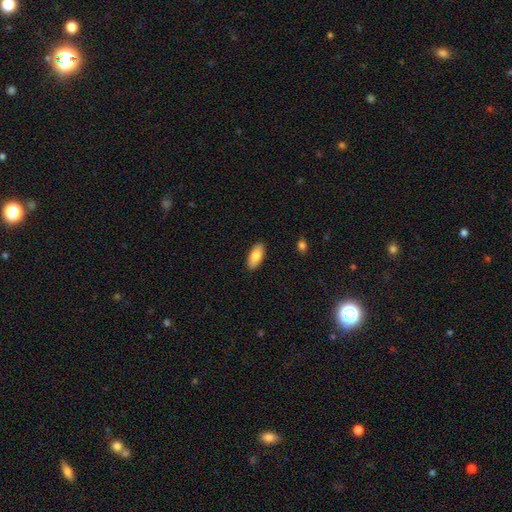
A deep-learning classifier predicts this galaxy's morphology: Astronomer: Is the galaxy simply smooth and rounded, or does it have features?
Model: smooth — 82%.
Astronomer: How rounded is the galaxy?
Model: in between — 87%.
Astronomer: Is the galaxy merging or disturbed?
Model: none — 89%.